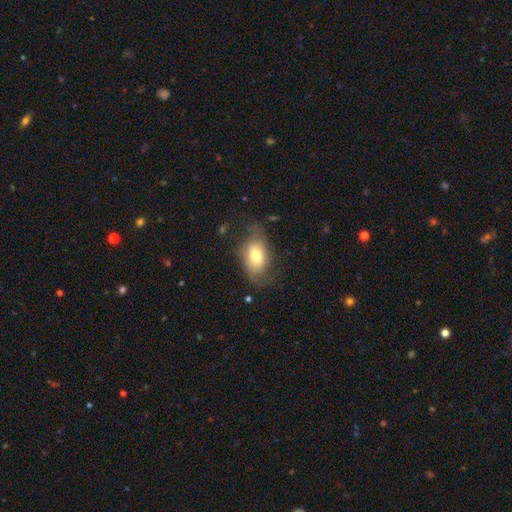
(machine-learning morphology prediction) This appears to be a smooth galaxy with no disk features (65%) that is in between round and cigar-shaped (85%). Merging: none (49%).